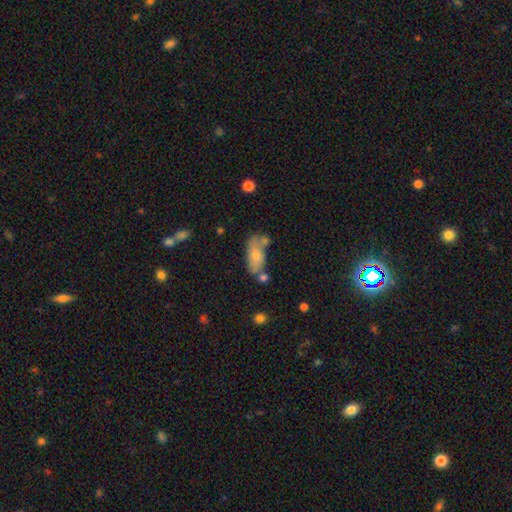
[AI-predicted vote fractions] Smooth or featured? Predicted: smooth (p=0.70). How rounded? Predicted: in between (p=0.86). Merging? Predicted: none (p=0.49).